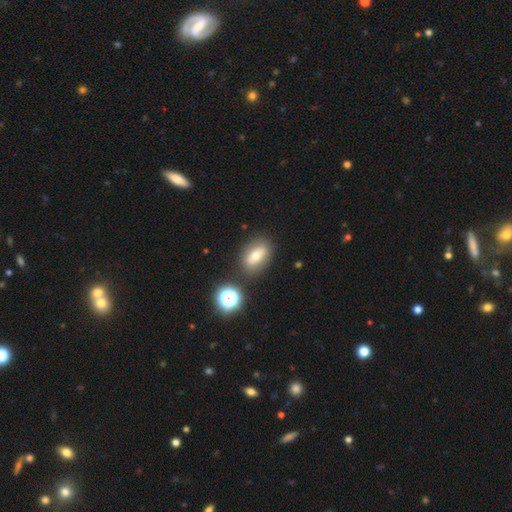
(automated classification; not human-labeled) This is likely a smooth galaxy (62%). How rounded: likely in between (79%). Merging: likely none (80%).